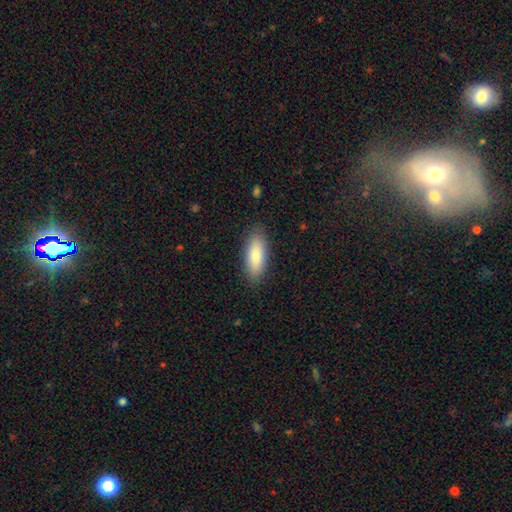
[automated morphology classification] smooth-or-featured: smooth: 85% | featured or disk: 9% | star or artifact: 6%
  how-rounded: in between: 75% | cigar-shaped: 24% | round: 2%
  merging: none: 87% | minor disturbance: 10% | major disturbance: 2% | merger: 1%